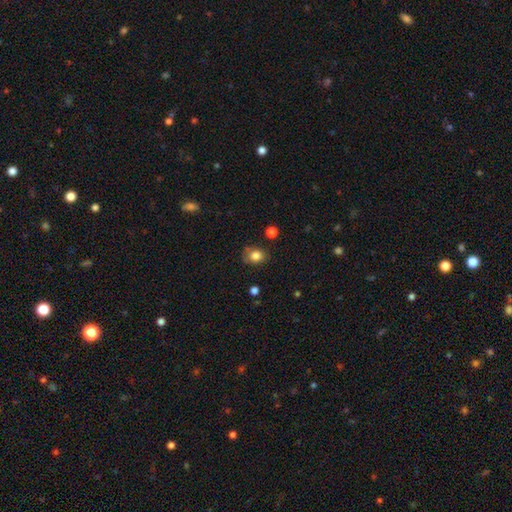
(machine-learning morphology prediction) type=smooth (82%); roundness=round (52%); merging=none (71%).